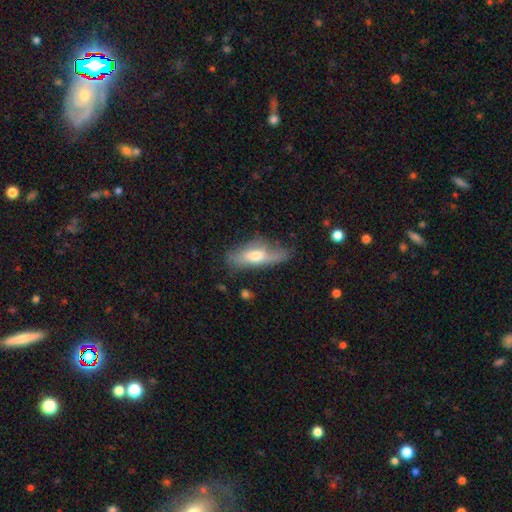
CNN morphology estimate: A smooth galaxy with no disk features (52%) that is in between round and cigar-shaped (57%).

Vote fractions:
- Smooth or featured? smooth: 52% / featured or disk: 41% / star or artifact: 7%
- How rounded? in between: 57% / cigar-shaped: 40% / round: 3%
- Merging? none: 52% / minor disturbance: 31% / major disturbance: 14% / merger: 3%